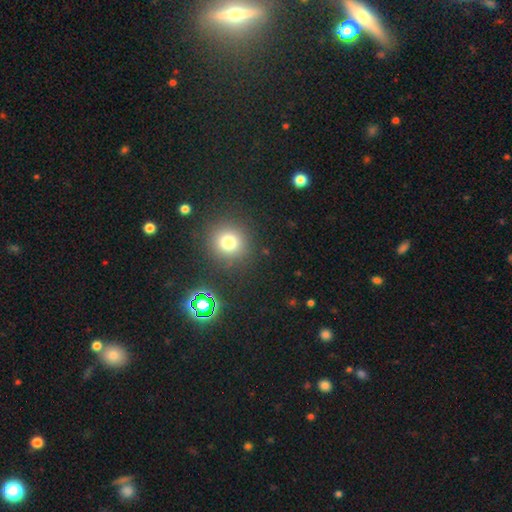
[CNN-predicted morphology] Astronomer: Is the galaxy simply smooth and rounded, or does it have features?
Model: smooth — 50% (runner-up: star or artifact, 41%).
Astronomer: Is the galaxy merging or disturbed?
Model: none — 90%.